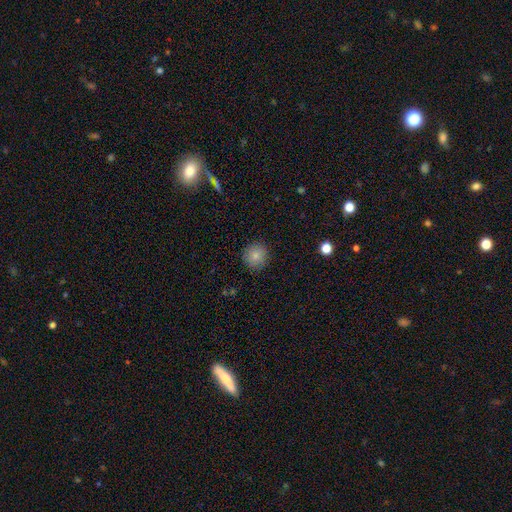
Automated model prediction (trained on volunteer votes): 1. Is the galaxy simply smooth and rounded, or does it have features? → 83% smooth, 9% star or artifact, 8% featured or disk.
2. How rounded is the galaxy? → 92% round, 7% in between, 1% cigar-shaped.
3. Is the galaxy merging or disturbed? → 89% none, 8% minor disturbance, 2% major disturbance, 1% merger.